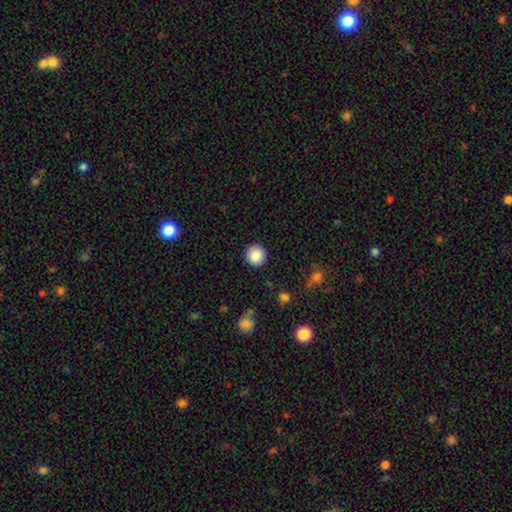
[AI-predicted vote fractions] A smooth galaxy with no disk features (88%) that is round (94%). Merging: none (91%).